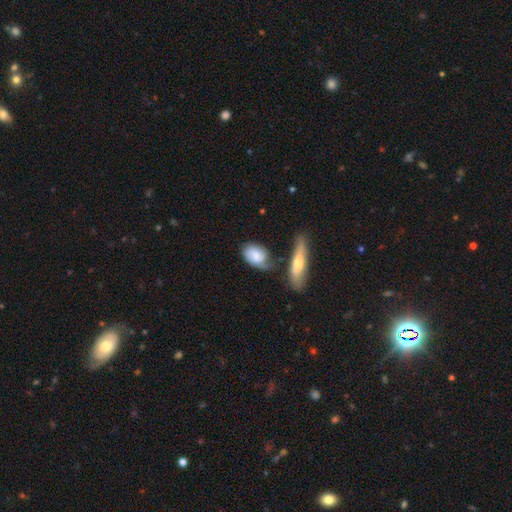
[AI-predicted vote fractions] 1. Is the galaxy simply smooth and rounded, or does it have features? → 62% smooth, 32% featured or disk, 6% star or artifact.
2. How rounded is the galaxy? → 82% in between, 12% round, 5% cigar-shaped.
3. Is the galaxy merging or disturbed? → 47% none, 27% minor disturbance, 15% merger, 11% major disturbance.